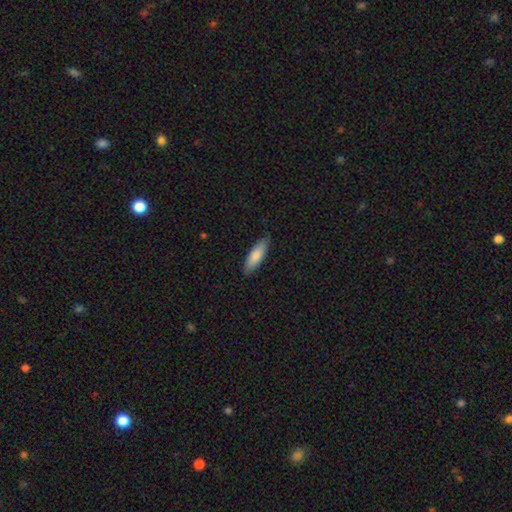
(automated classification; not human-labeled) smooth 85%, featured or disk 10%, star or artifact 5%. Down the decision tree: how rounded — in between (55%); merging — none (86%).